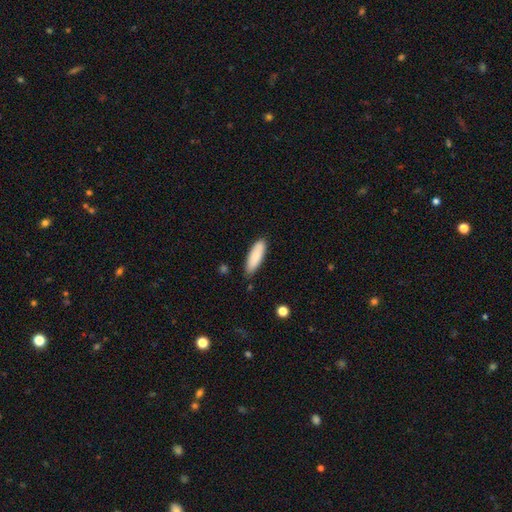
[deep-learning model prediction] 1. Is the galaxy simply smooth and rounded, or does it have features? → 84% smooth, 10% featured or disk, 6% star or artifact.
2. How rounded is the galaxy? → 50% in between, 49% cigar-shaped, 1% round.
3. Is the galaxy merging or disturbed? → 82% none, 14% minor disturbance, 2% major disturbance, 2% merger.